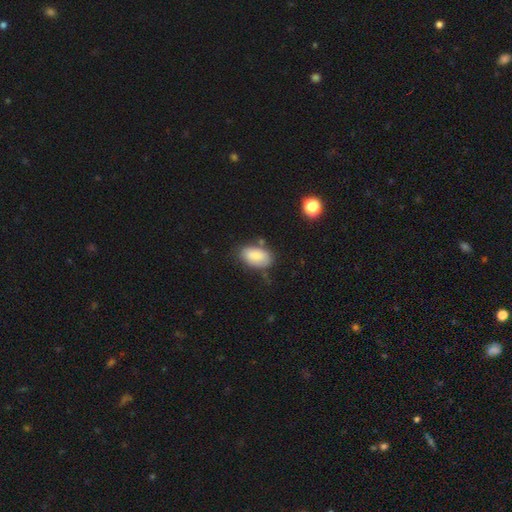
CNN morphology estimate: smooth-or-featured: smooth: 83% | featured or disk: 10% | star or artifact: 7%
  how-rounded: in between: 93% | round: 5% | cigar-shaped: 2%
  merging: none: 65% | minor disturbance: 23% | major disturbance: 6% | merger: 6%